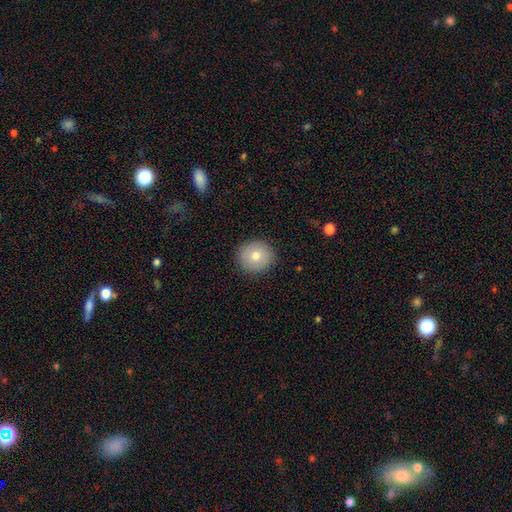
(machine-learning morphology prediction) smooth_or_featured: smooth (p=0.75) [alt: featured or disk p=0.16]
how_rounded: round (p=0.86) [alt: in between p=0.13]
merging: none (p=0.90) [alt: minor disturbance p=0.07]